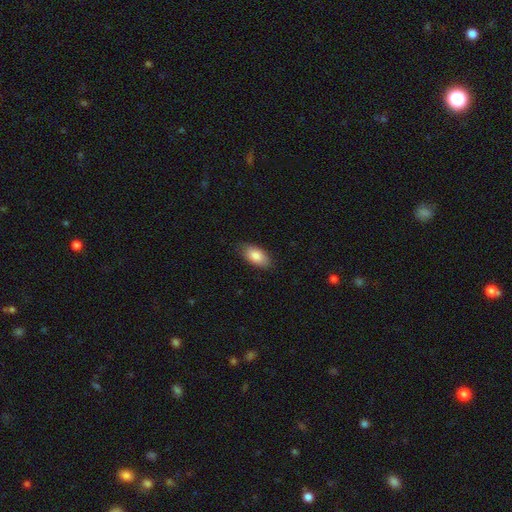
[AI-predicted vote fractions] Morphology: type=smooth (85%); roundness=in between (93%); merging=none (83%).